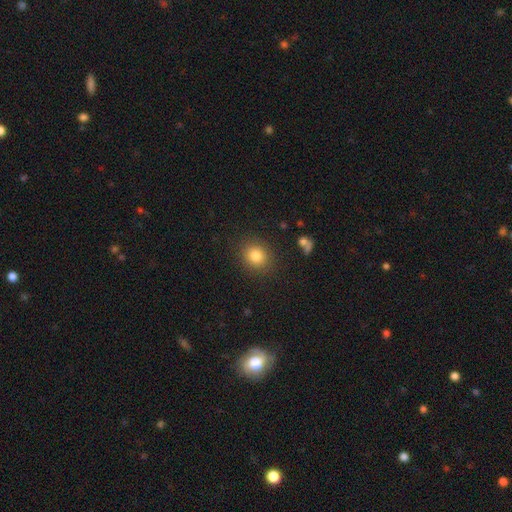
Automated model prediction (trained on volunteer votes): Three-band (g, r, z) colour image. It shows a smooth galaxy with no disk features (81%) that is round (75%). Merging: none (87%).